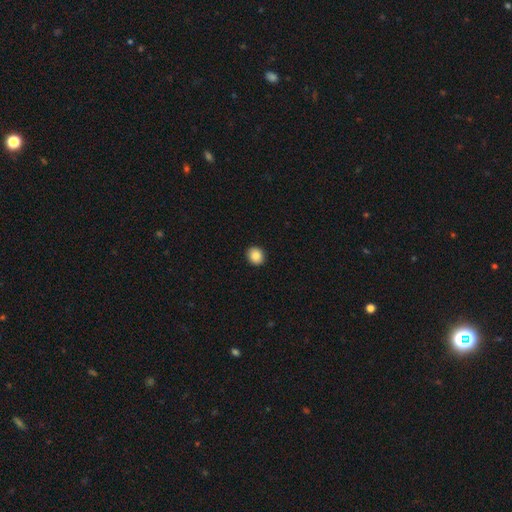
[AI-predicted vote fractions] The model was most divided on "how rounded": round: 74%, in between: 25%, cigar-shaped: 1%. More confident: merging — none (92%); smooth or featured — smooth (86%).